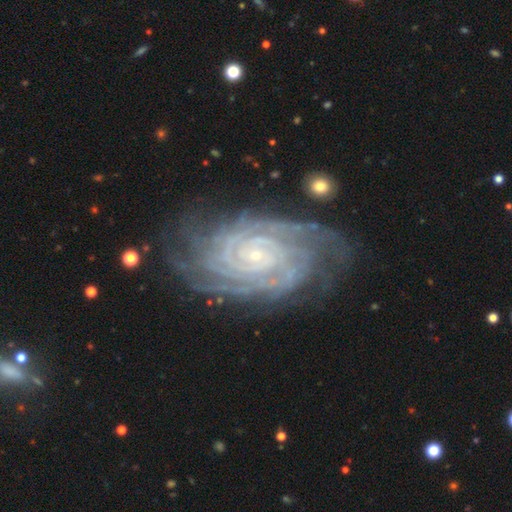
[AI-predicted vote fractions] This is clearly a featured or disk galaxy (92%). It is clearly not viewed edge-on (97%). Bar: likely no (69%). Spiral arm pattern: clearly yes (99%). Spiral arm count: marginally 4 (22%). Spiral winding: clearly tight (86%). Central bulge: clearly small (88%). Merging: likely none (74%).